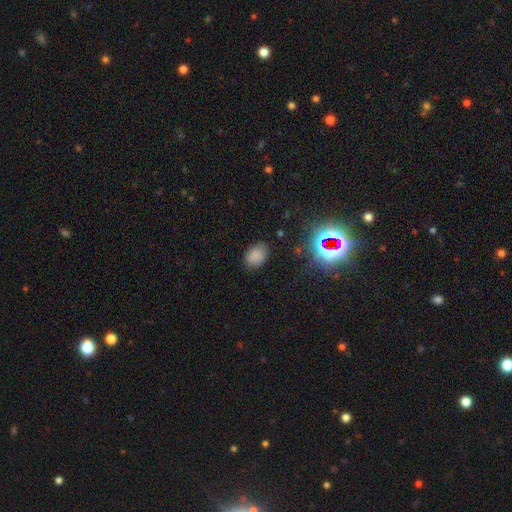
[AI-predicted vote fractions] Smooth or featured? Predicted: smooth (p=0.78). How rounded? Predicted: in between (p=0.77). Merging? Predicted: none (p=0.79).